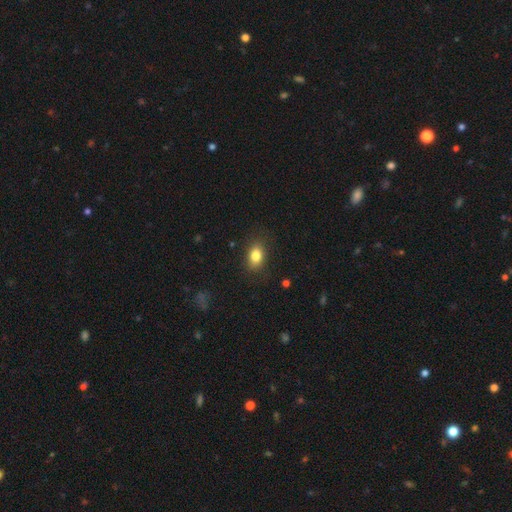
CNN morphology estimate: Smooth or featured?
  - smooth: 83% *
  - star or artifact: 9%
  - featured or disk: 8%
How rounded?
  - in between: 78% *
  - round: 21%
  - cigar-shaped: 2%
Merging?
  - none: 83% *
  - minor disturbance: 12%
  - major disturbance: 4%
  - merger: 1%